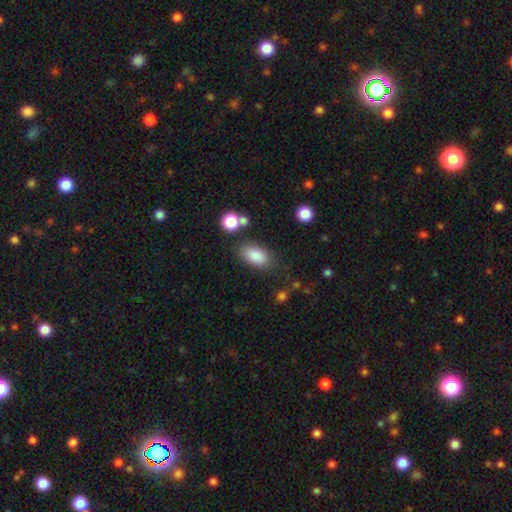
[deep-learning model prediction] Overall: smooth (86%). How rounded: in between (92%). Merging: none (77%).